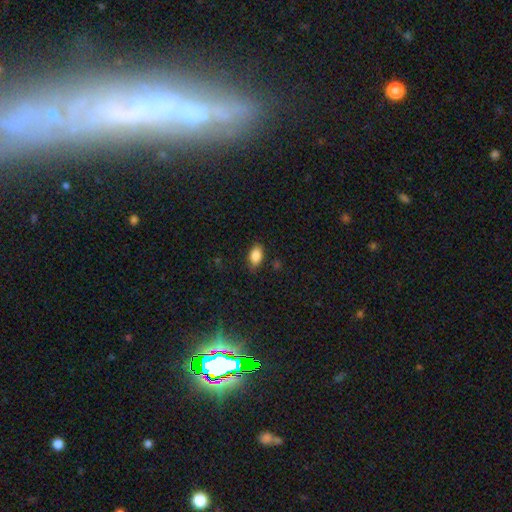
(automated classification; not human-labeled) A smooth galaxy with no disk features (86%) that is in between round and cigar-shaped (89%).

Vote fractions:
- Smooth or featured? smooth: 86% / star or artifact: 9% / featured or disk: 5%
- How rounded? in between: 89% / round: 8% / cigar-shaped: 3%
- Merging? none: 79% / minor disturbance: 17% / major disturbance: 3% / merger: 1%